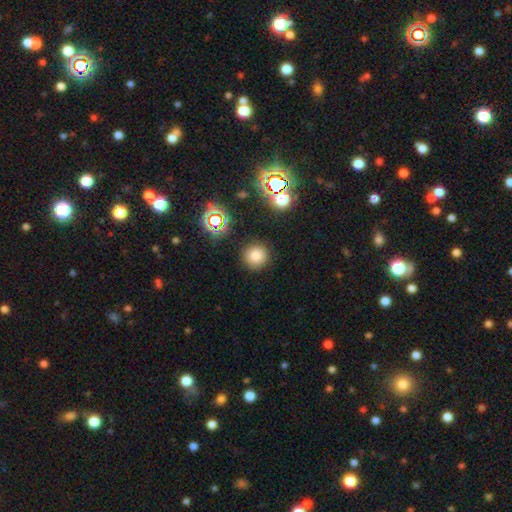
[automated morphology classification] Smooth or featured?
  - smooth: 77% *
  - star or artifact: 17%
  - featured or disk: 6%
How rounded?
  - round: 95% *
  - in between: 4%
  - cigar-shaped: 1%
Merging?
  - none: 89% *
  - minor disturbance: 6%
  - major disturbance: 2%
  - merger: 2%